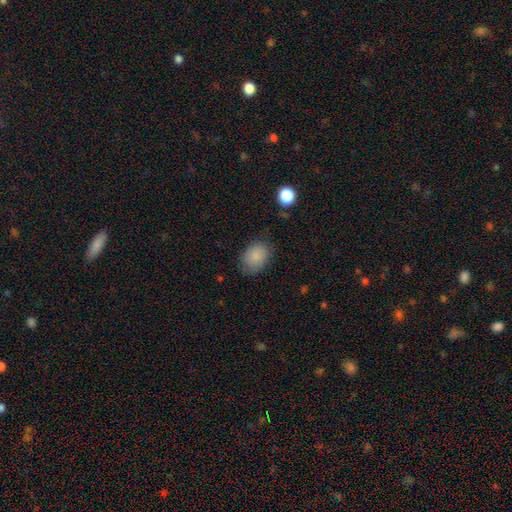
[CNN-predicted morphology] Smooth or featured: smooth — 86% (star or artifact — 8%)
How rounded: in between — 68% (round — 31%)
Merging: none — 75% (minor disturbance — 19%)